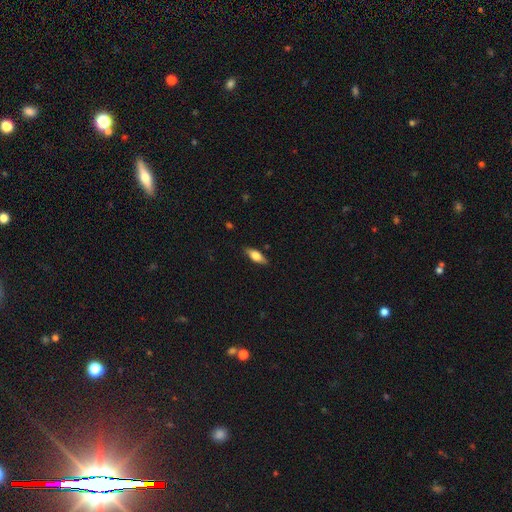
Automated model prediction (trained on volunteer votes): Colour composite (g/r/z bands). It shows a smooth galaxy with no disk features (63%) that is in between round and cigar-shaped (67%). Merging: none (85%).